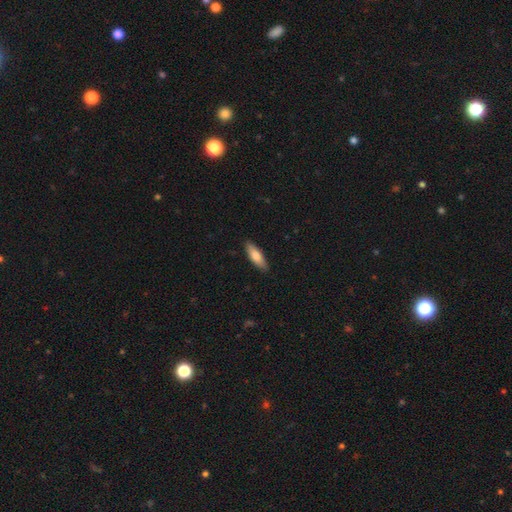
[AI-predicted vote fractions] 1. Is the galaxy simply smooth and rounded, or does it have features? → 76% smooth, 19% featured or disk, 5% star or artifact.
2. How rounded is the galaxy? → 51% cigar-shaped, 47% in between, 2% round.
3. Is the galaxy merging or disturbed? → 89% none, 8% minor disturbance, 2% major disturbance, 1% merger.